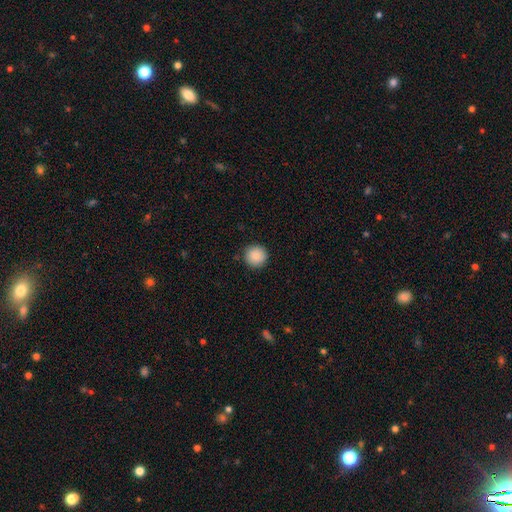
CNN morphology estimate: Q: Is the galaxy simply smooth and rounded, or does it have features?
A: smooth — 89%.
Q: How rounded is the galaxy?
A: round — 95%.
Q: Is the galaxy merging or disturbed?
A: none — 91%.